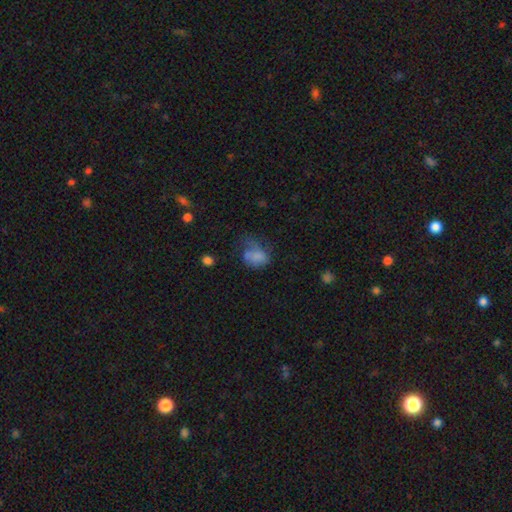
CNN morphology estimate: Smooth or featured: smooth — 67% (featured or disk — 21%)
How rounded: in between — 69% (round — 29%)
Merging: major disturbance — 42% (minor disturbance — 27%)